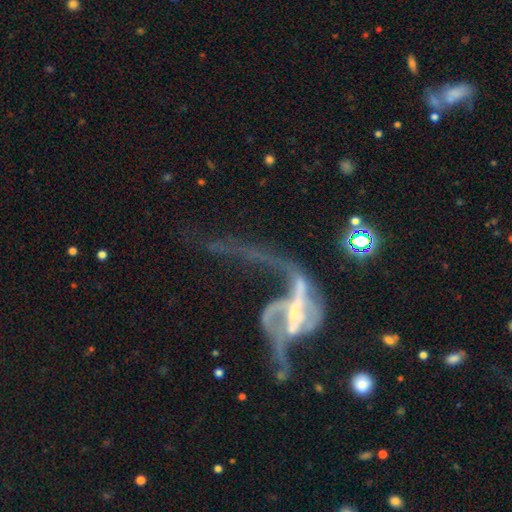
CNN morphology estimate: Smooth or featured? featured or disk (83%)
Edge-on disk? no (91%)
Bar? strong (41%)
Spiral arms? yes (83%)
Spiral winding? loose (78%)
Spiral arm count? 2 (57%)
Bulge size? small (45%)
Merging? major disturbance (47%)